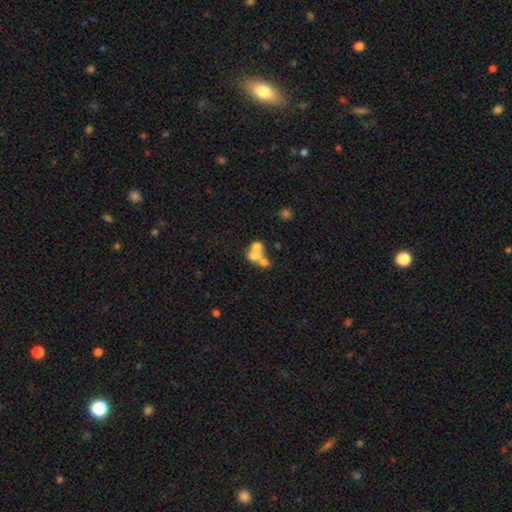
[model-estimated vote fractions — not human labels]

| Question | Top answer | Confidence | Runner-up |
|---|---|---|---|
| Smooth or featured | smooth | 58% | featured or disk (29%) |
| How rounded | round | 58% | in between (40%) |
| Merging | merger | 66% | none (21%) |